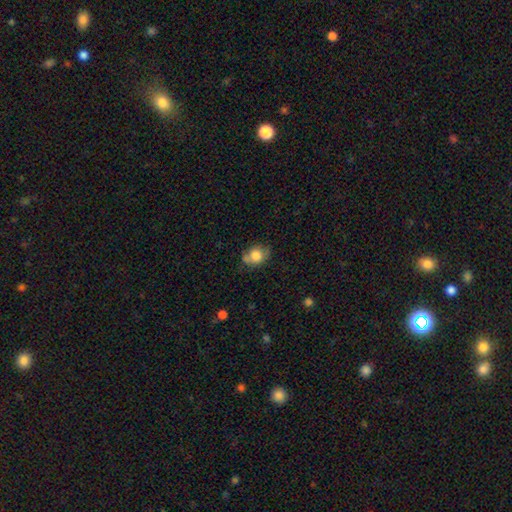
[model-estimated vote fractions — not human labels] Morphology: type=smooth (77%); roundness=round (51%); merging=none (61%).